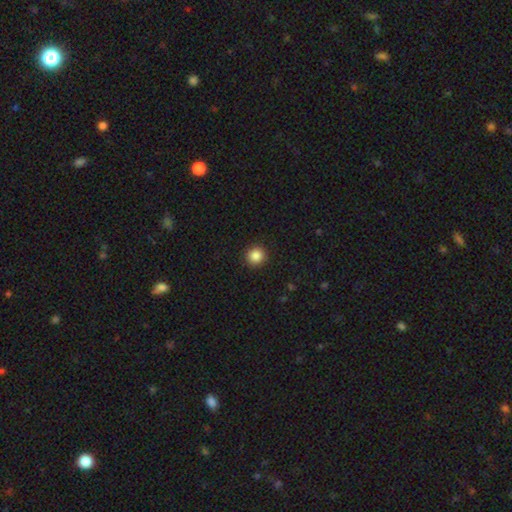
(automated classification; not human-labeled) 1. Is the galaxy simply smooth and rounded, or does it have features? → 87% smooth, 10% star or artifact, 3% featured or disk.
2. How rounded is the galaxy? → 93% round, 6% in between, 1% cigar-shaped.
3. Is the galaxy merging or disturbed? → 92% none, 5% minor disturbance, 2% major disturbance, 1% merger.